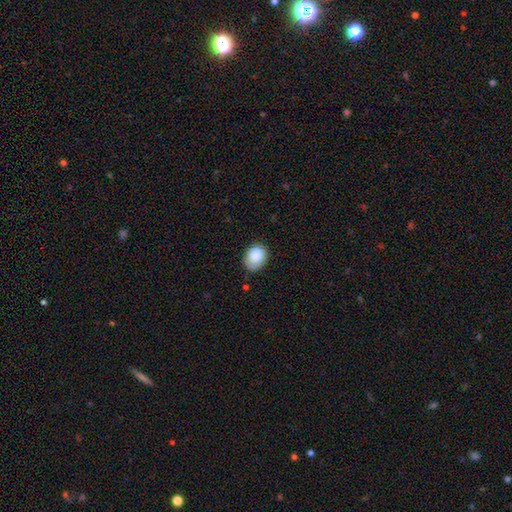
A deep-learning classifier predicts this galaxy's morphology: This is clearly a smooth galaxy (85%). How rounded: likely in between (60%). Merging: likely none (72%).